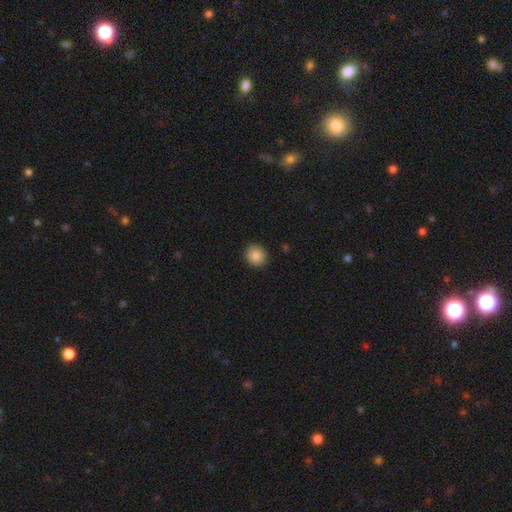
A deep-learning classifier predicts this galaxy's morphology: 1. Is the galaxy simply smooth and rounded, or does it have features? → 88% smooth, 9% star or artifact, 3% featured or disk.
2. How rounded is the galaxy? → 84% round, 15% in between, 1% cigar-shaped.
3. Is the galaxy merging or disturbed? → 90% none, 7% minor disturbance, 2% major disturbance, 1% merger.